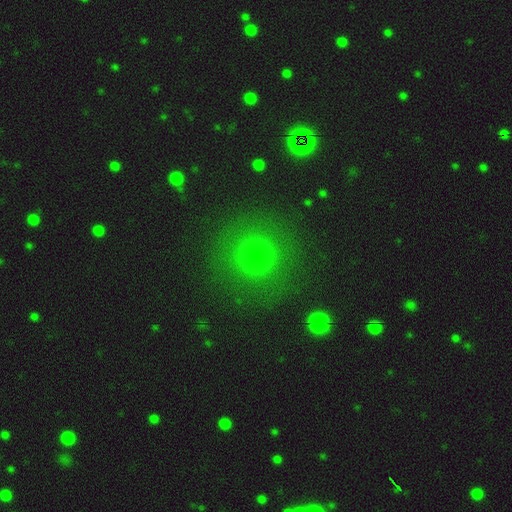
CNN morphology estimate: A smooth galaxy with no disk features (72%) that is round (92%). Merging: none (86%).